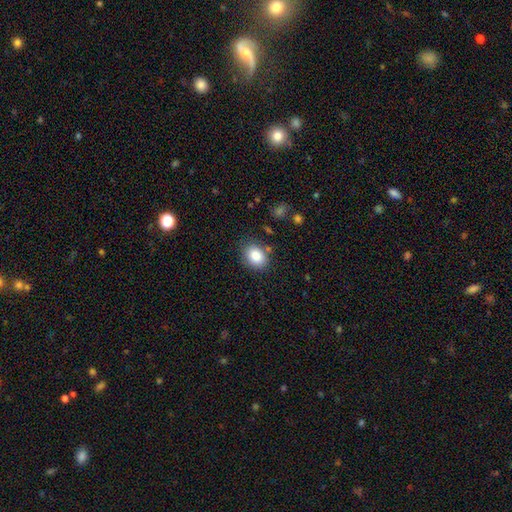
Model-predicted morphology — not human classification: Q: Smooth or featured?
A: smooth (86%); runner-up: star or artifact (9%)
Q: How rounded?
A: in between (56%); runner-up: round (43%)
Q: Merging?
A: none (81%); runner-up: minor disturbance (12%)